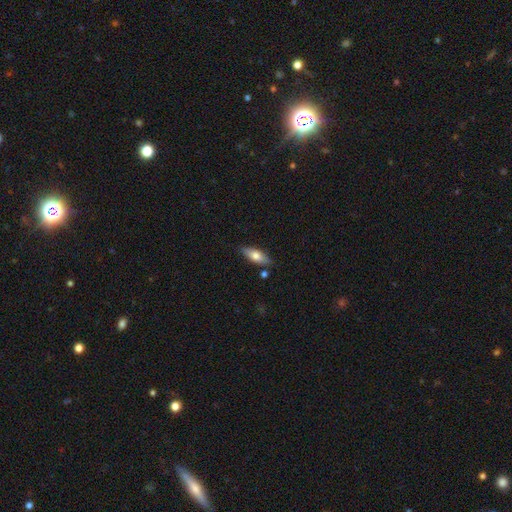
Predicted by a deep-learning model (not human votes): This appears to be a smooth galaxy with no disk features (66%) that is in between round and cigar-shaped (69%). Merging: none (81%).